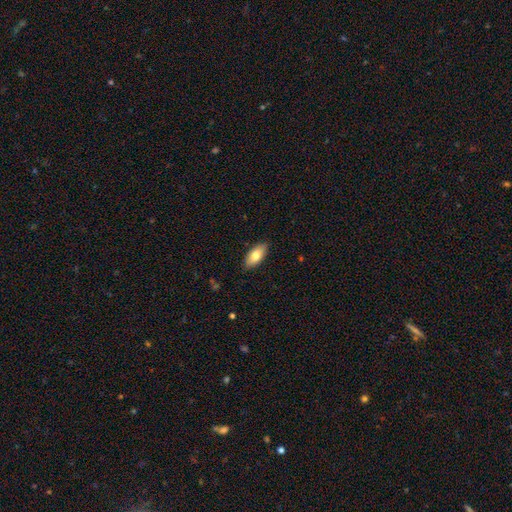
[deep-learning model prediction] Overall: smooth (76%). How rounded: in between (87%). Merging: none (87%).